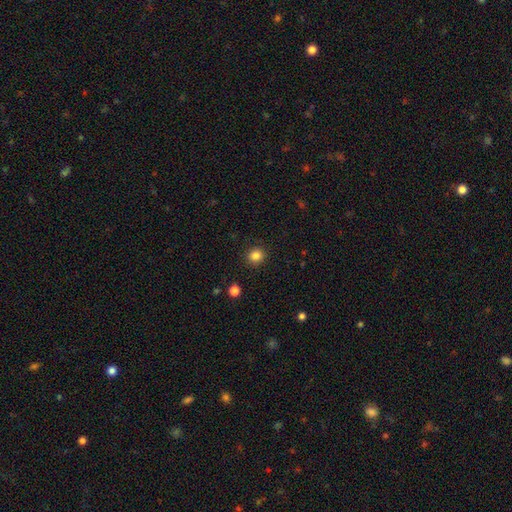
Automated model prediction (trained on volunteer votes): Smooth or featured? Predicted: smooth (p=0.84). How rounded? Predicted: round (p=0.89). Merging? Predicted: none (p=0.91).